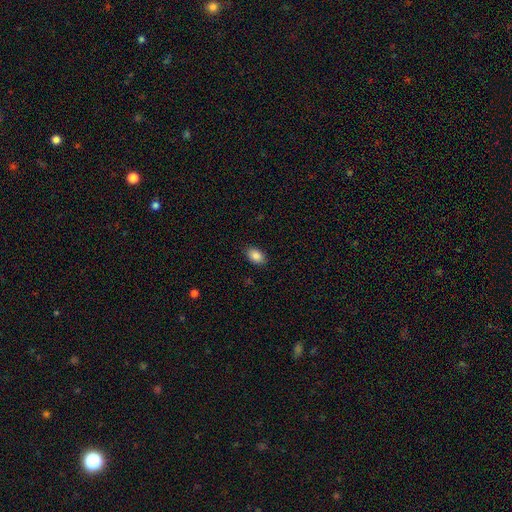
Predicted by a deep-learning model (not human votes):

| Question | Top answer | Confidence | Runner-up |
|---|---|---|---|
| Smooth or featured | smooth | 87% | star or artifact (8%) |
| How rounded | in between | 88% | round (11%) |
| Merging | none | 88% | minor disturbance (9%) |